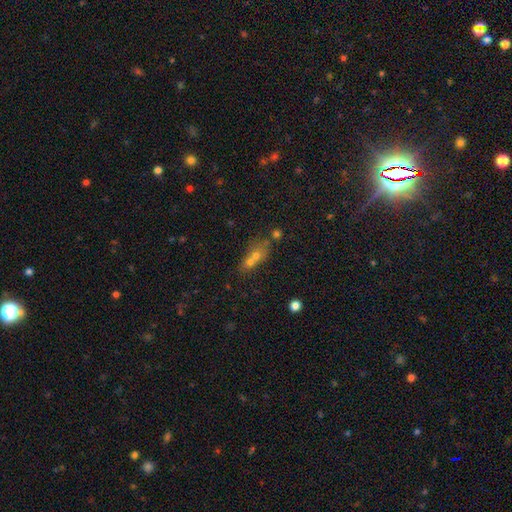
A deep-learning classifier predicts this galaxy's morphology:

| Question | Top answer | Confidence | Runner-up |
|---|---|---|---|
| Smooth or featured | smooth | 52% | star or artifact (27%) |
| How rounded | in between | 45% | round (44%) |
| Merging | merger | 53% | none (33%) |